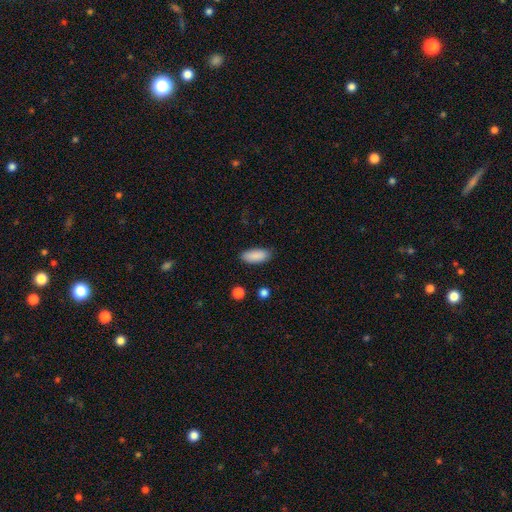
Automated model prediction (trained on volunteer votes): smooth 90%, star or artifact 7%, featured or disk 4%. Down the decision tree: how rounded — in between (84%); merging — none (85%).